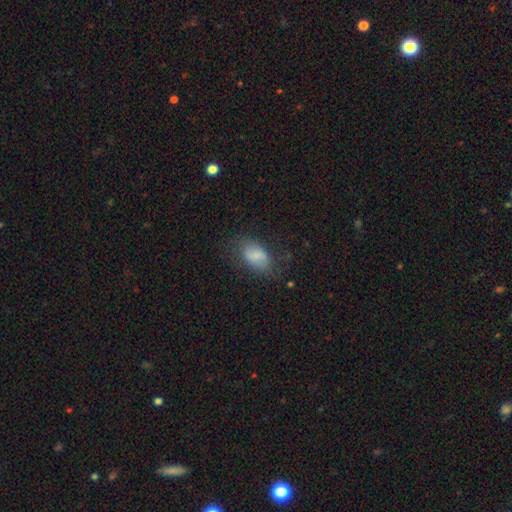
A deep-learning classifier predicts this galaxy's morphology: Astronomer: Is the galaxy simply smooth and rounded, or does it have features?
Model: smooth — 78%.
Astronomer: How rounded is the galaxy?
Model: in between — 88%.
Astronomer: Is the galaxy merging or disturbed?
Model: none — 63%.